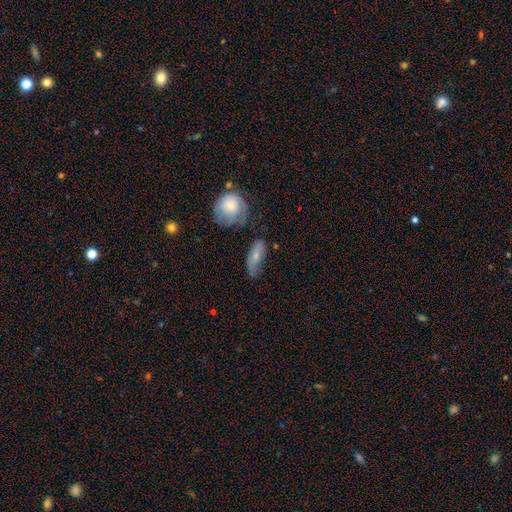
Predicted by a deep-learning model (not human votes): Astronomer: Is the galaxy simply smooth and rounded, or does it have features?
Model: smooth — 61%.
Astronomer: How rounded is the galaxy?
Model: in between — 66%.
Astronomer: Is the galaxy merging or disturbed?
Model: none — 52% (runner-up: minor disturbance, 28%).